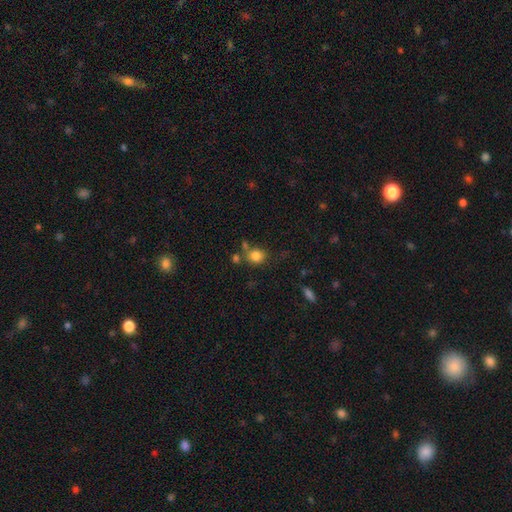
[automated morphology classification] type=smooth (82%); roundness=round (73%); merging=none (64%).